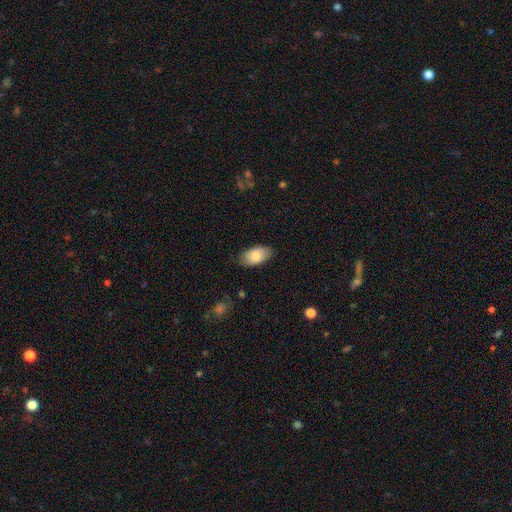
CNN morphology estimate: The model was most divided on "merging": none: 78%, minor disturbance: 17%, major disturbance: 3%, merger: 1%. More confident: how rounded — in between (94%); smooth or featured — smooth (82%).